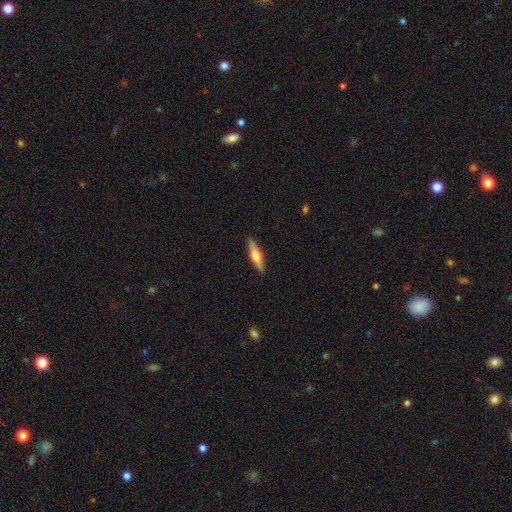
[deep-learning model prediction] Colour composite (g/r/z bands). It shows a smooth galaxy with no disk features (51%) that is cigar-shaped (75%). Merging: none (90%).